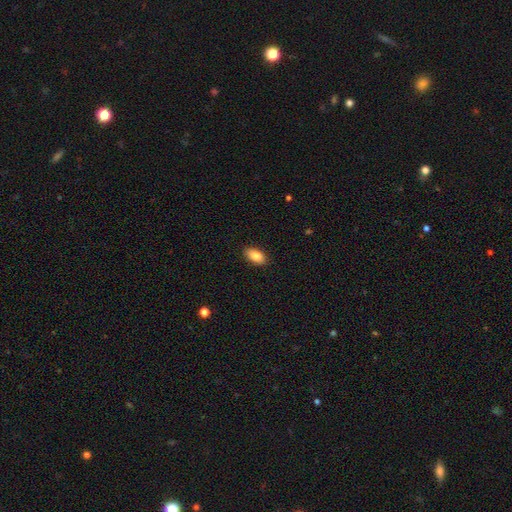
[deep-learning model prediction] A smooth galaxy with no disk features (87%) that is in between round and cigar-shaped (92%).

Vote fractions:
- Smooth or featured? smooth: 87% / star or artifact: 7% / featured or disk: 6%
- How rounded? in between: 92% / round: 4% / cigar-shaped: 4%
- Merging? none: 89% / minor disturbance: 8% / major disturbance: 2% / merger: 1%